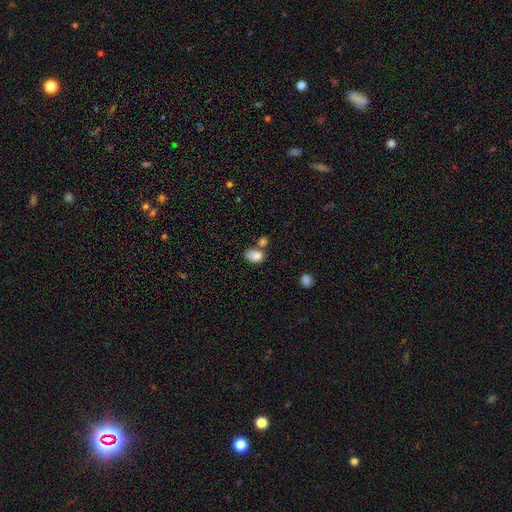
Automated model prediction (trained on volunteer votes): smooth_or_featured: smooth (p=0.84) [alt: star or artifact p=0.09]
how_rounded: in between (p=0.77) [alt: round p=0.22]
merging: none (p=0.48) [alt: merger p=0.29]